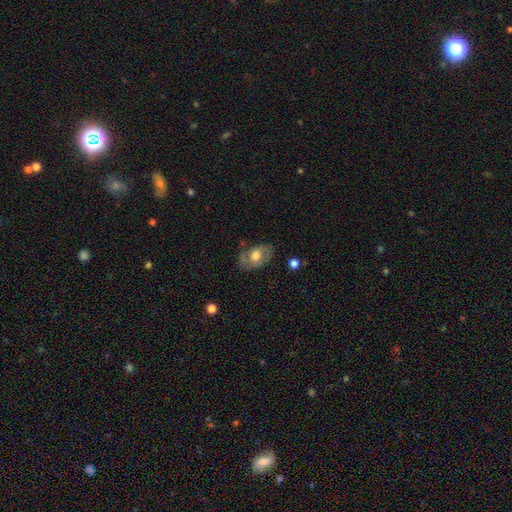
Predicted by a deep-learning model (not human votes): Smooth or featured? Predicted: smooth (p=0.47). Merging? Predicted: none (p=0.72).